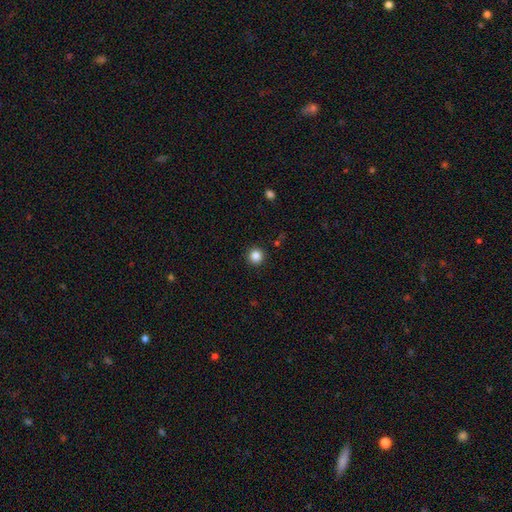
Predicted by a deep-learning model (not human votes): A smooth galaxy with no disk features (85%) that is round (95%).

Vote fractions:
- Smooth or featured? smooth: 85% / star or artifact: 11% / featured or disk: 4%
- How rounded? round: 95% / in between: 4% / cigar-shaped: 1%
- Merging? none: 92% / minor disturbance: 5% / major disturbance: 2% / merger: 1%